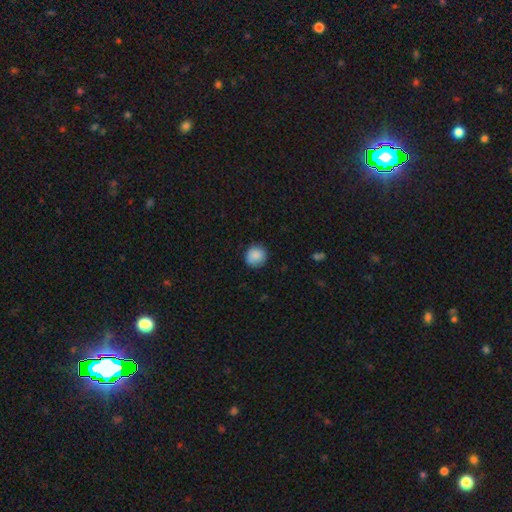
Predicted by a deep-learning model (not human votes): Q: Smooth or featured?
A: smooth (88%); runner-up: star or artifact (8%)
Q: How rounded?
A: round (92%); runner-up: in between (7%)
Q: Merging?
A: none (86%); runner-up: minor disturbance (10%)